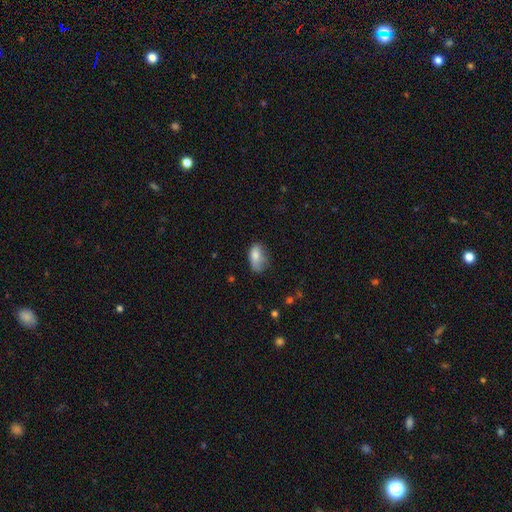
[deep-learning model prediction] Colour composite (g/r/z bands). It shows a smooth galaxy with no disk features (80%) that is in between round and cigar-shaped (90%). Merging: none (45%).